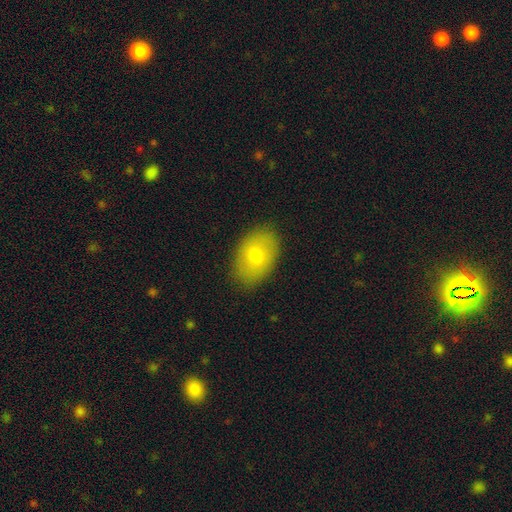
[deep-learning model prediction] Smooth or featured? Predicted: smooth (p=0.70). How rounded? Predicted: in between (p=0.83). Merging? Predicted: none (p=0.85).